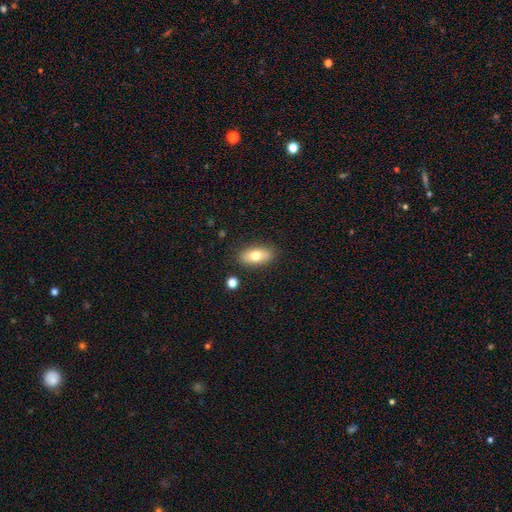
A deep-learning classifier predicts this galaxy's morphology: This is likely a smooth galaxy (73%). How rounded: clearly in between (85%). Merging: clearly none (86%).